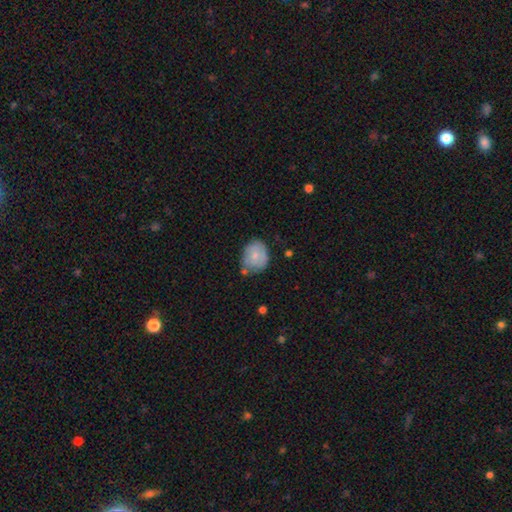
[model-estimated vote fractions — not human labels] A smooth galaxy with no disk features (72%) that is round (54%). Merging: none (53%).